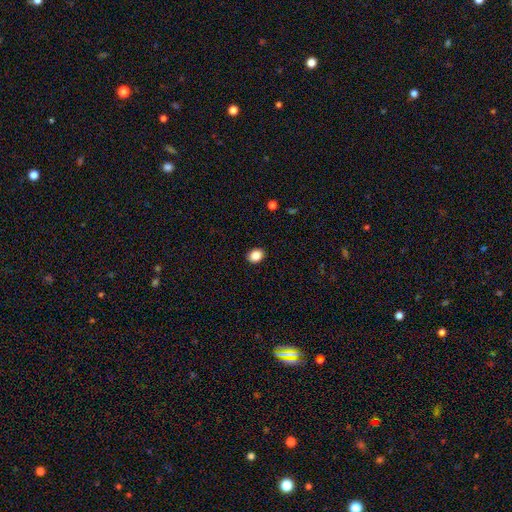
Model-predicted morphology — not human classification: The model was most divided on "how rounded": in between: 55%, round: 45%, cigar-shaped: 1%. More confident: merging — none (91%); smooth or featured — smooth (87%).